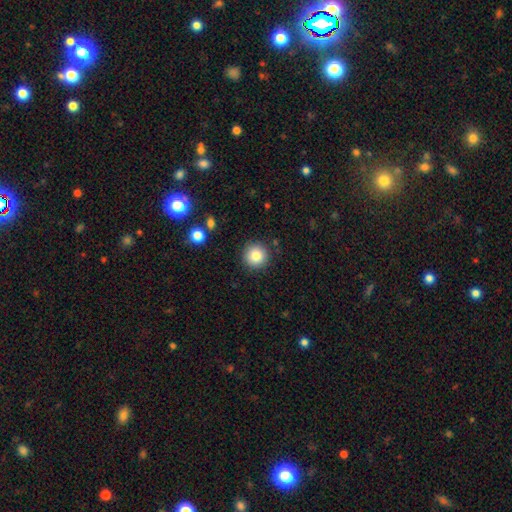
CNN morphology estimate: type=smooth (83%); roundness=round (95%); merging=none (89%).